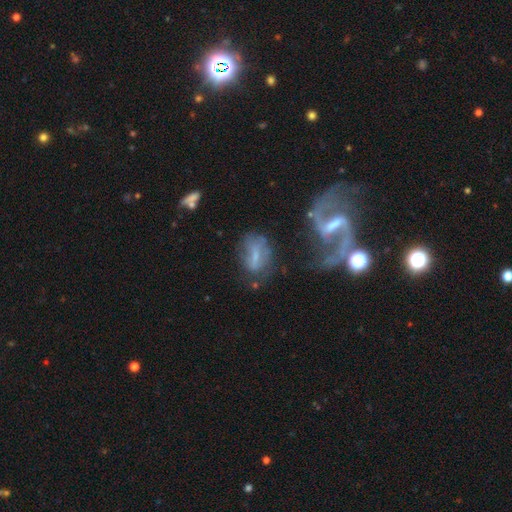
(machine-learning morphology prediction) A featured or disk galaxy (57%) with a weak bar (44%), spiral arms (64%) and a small central bulge (42%). Merging: none (48%).